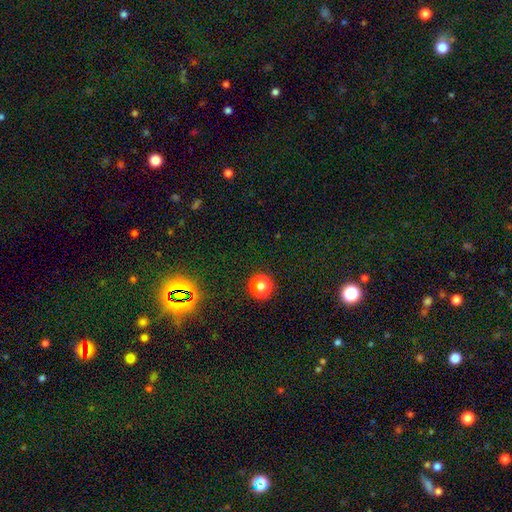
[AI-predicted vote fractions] Q: Smooth or featured?
A: star or artifact (70%); runner-up: smooth (22%)